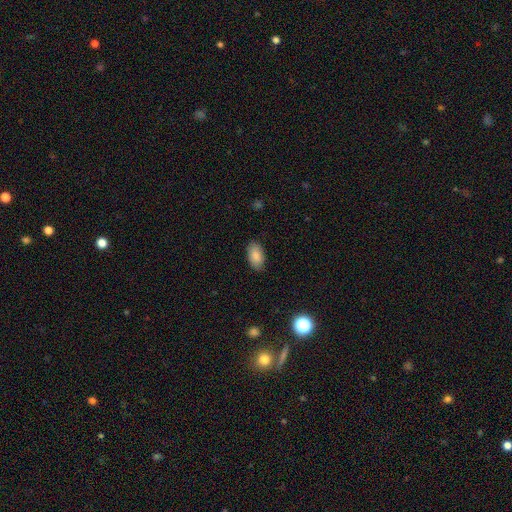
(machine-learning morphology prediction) A smooth galaxy with no disk features (86%) that is in between round and cigar-shaped (94%).

Vote fractions:
- Smooth or featured? smooth: 86% / star or artifact: 7% / featured or disk: 7%
- How rounded? in between: 94% / round: 4% / cigar-shaped: 2%
- Merging? none: 86% / minor disturbance: 10% / major disturbance: 2% / merger: 1%